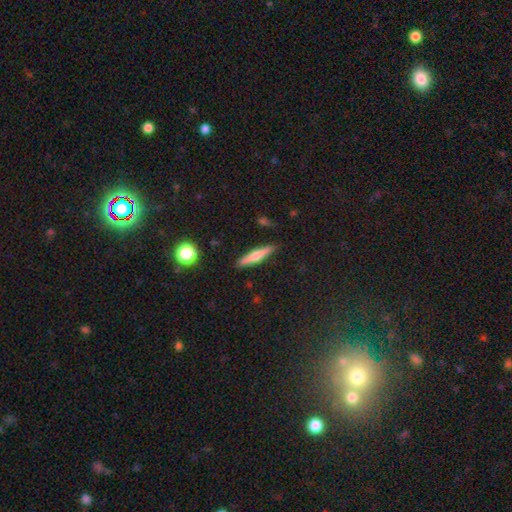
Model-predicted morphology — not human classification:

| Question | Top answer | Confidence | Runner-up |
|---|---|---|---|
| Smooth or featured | smooth | 46% | tied: featured or disk (46%) |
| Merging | none | 89% | minor disturbance (8%) |